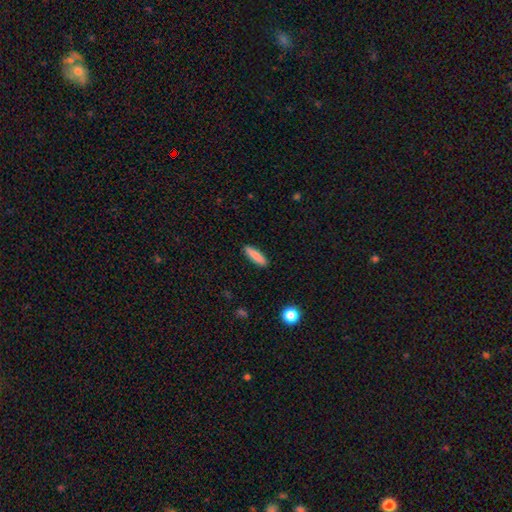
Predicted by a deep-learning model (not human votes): A smooth galaxy with no disk features (87%) that is cigar-shaped (71%). Merging: none (89%).